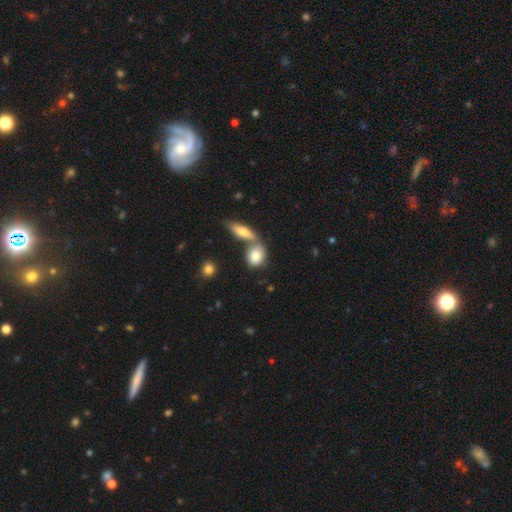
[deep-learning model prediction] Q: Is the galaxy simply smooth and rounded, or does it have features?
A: smooth — 79%.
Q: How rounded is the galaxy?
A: in between — 60%.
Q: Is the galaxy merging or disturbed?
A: merger — 55%.